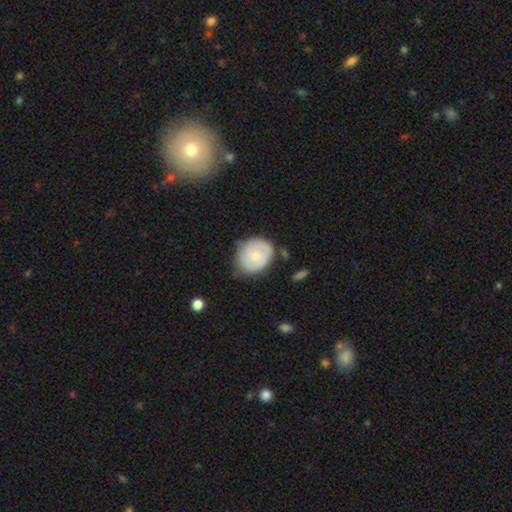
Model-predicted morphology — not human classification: Overall: featured or disk (48%; smooth 46%). Merging: none (67%).